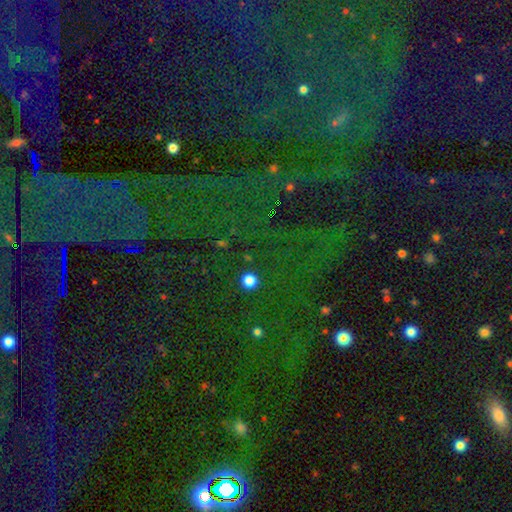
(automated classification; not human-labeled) The model was most divided on "smooth or featured": star or artifact: 80%, smooth: 12%, featured or disk: 9%.